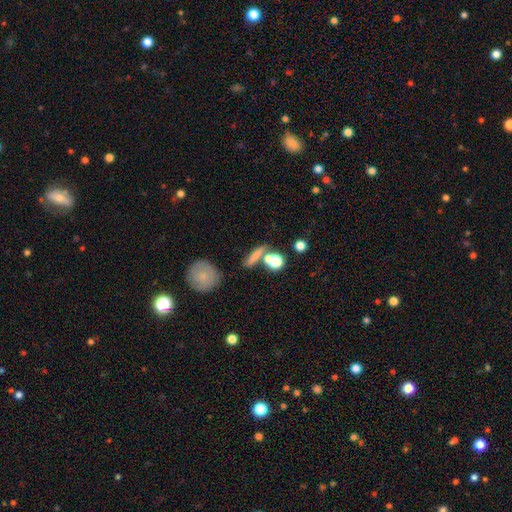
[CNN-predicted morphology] Smooth or featured? smooth (70%)
How rounded? cigar-shaped (50%)
Merging? none (58%)